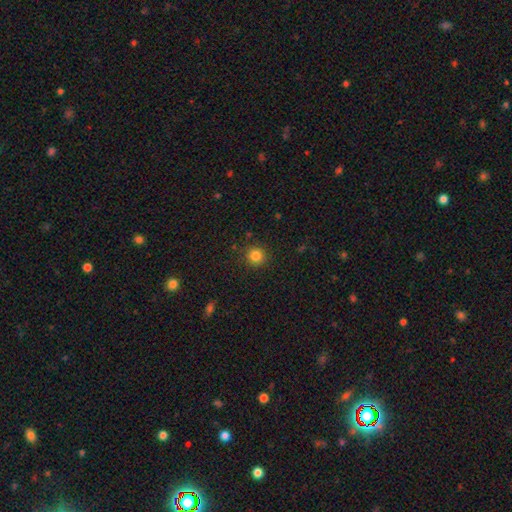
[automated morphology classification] Smooth or featured?
  - smooth: 83% *
  - star or artifact: 12%
  - featured or disk: 5%
How rounded?
  - round: 92% *
  - in between: 7%
  - cigar-shaped: 1%
Merging?
  - none: 90% *
  - minor disturbance: 7%
  - major disturbance: 2%
  - merger: 1%